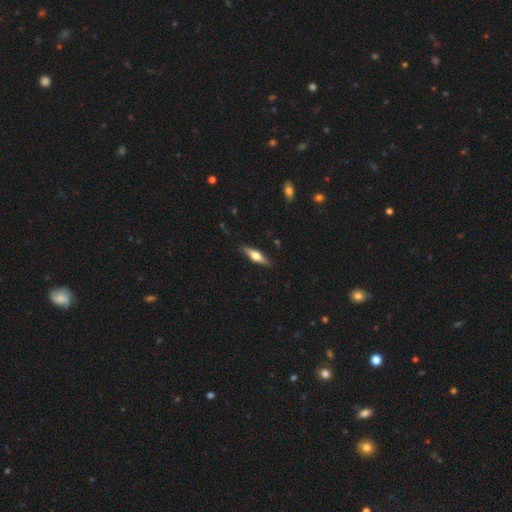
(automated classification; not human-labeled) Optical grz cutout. It shows a featured or disk galaxy (57%) viewed edge-on (95%) with a rounded central bulge (92%). Merging: none (88%).